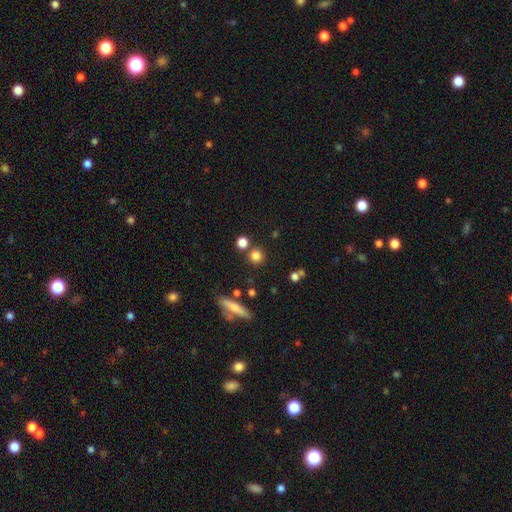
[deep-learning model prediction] This is likely a smooth galaxy (79%). How rounded: clearly round (91%). Merging: likely none (78%).